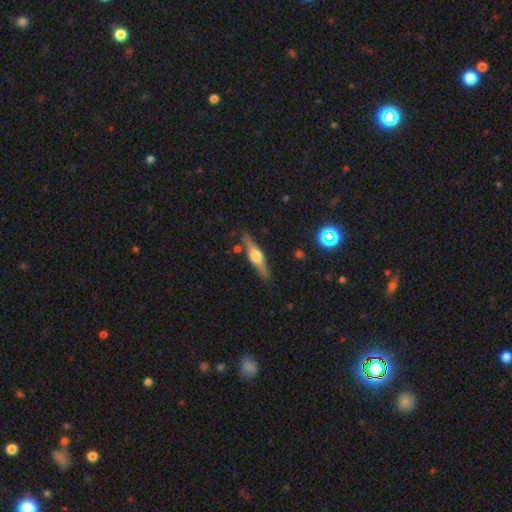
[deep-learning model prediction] A featured or disk galaxy (67%) viewed edge-on (96%) with a rounded central bulge (93%).

Vote fractions:
- Smooth or featured? featured or disk: 67% / smooth: 27% / star or artifact: 6%
- Edge-on disk? yes: 96% / no: 4%
- Edge-on bulge? rounded: 93% / boxy: 5% / none: 2%
- Merging? none: 86% / minor disturbance: 10% / merger: 2% / major disturbance: 2%